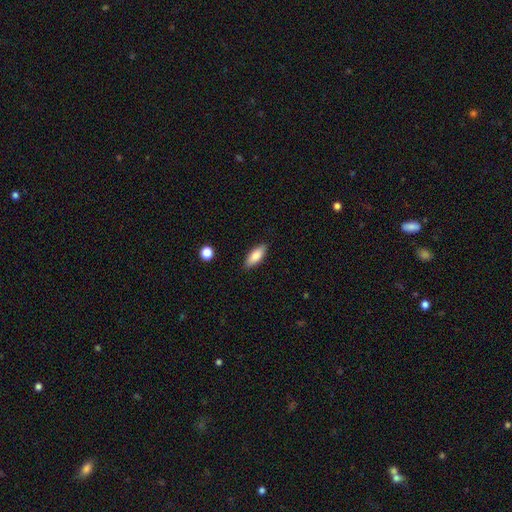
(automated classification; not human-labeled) Q: Smooth or featured?
A: smooth (81%); runner-up: featured or disk (13%)
Q: How rounded?
A: in between (75%); runner-up: cigar-shaped (23%)
Q: Merging?
A: none (87%); runner-up: minor disturbance (10%)